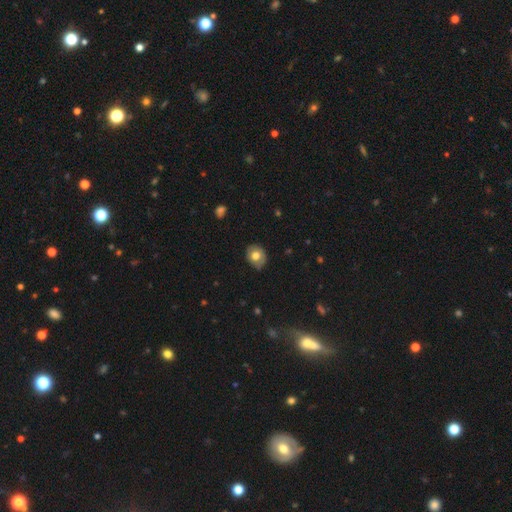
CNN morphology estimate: smooth_or_featured: smooth (p=0.72) [alt: featured or disk p=0.19]
how_rounded: round (p=0.67) [alt: in between p=0.32]
merging: none (p=0.76) [alt: minor disturbance p=0.20]